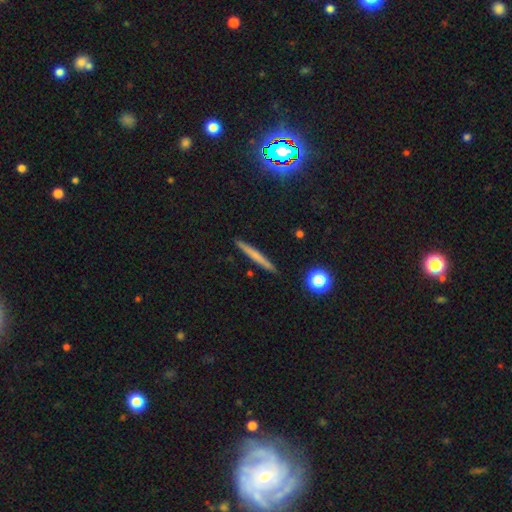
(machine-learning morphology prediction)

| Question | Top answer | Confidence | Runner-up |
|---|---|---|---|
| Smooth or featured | smooth | 58% | featured or disk (33%) |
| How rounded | cigar-shaped | 95% | in between (2%) |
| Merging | none | 91% | minor disturbance (6%) |